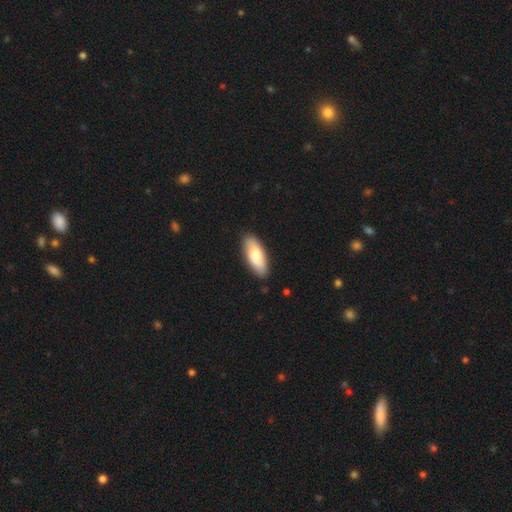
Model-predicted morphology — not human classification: This appears to be a smooth galaxy with no disk features (77%) that is in between round and cigar-shaped (80%). Merging: none (88%).